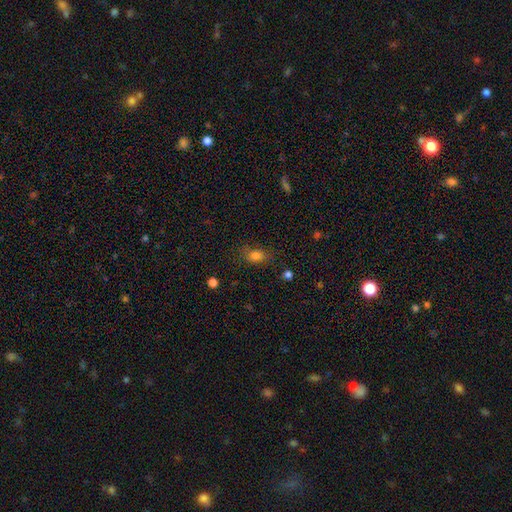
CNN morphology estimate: A smooth galaxy with no disk features (80%) that is in between round and cigar-shaped (72%). Merging: none (74%).